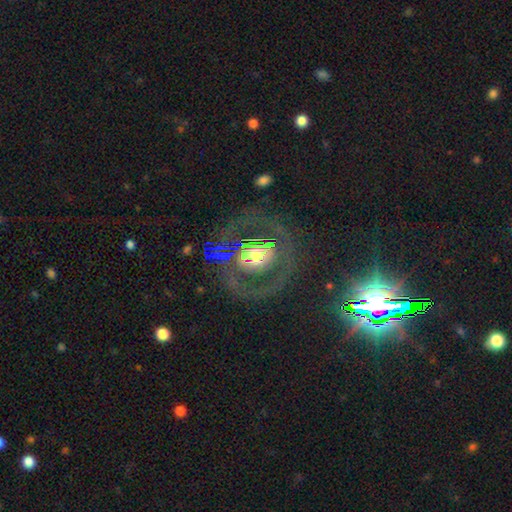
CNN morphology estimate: Smooth or featured? Predicted: featured or disk (p=0.70). Edge-on disk? Predicted: no (p=0.94). Bar? Predicted: no (p=0.53). Spiral arms? Predicted: yes (p=0.53). Bulge size? Predicted: moderate (p=0.60). Merging? Predicted: none (p=0.70).